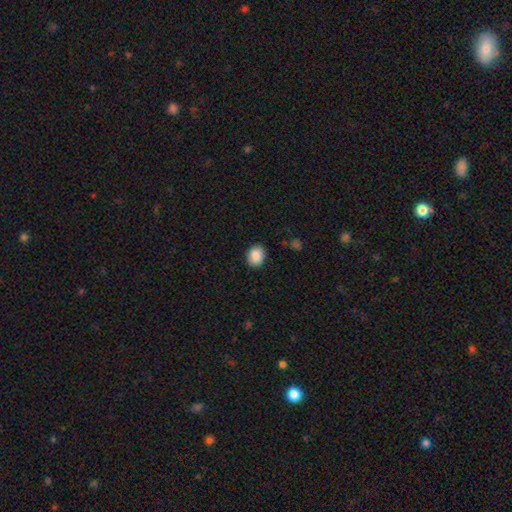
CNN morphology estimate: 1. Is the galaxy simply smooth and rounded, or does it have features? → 87% smooth, 8% star or artifact, 5% featured or disk.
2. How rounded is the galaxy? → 52% round, 47% in between, 1% cigar-shaped.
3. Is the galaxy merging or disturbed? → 88% none, 9% minor disturbance, 2% major disturbance, 1% merger.